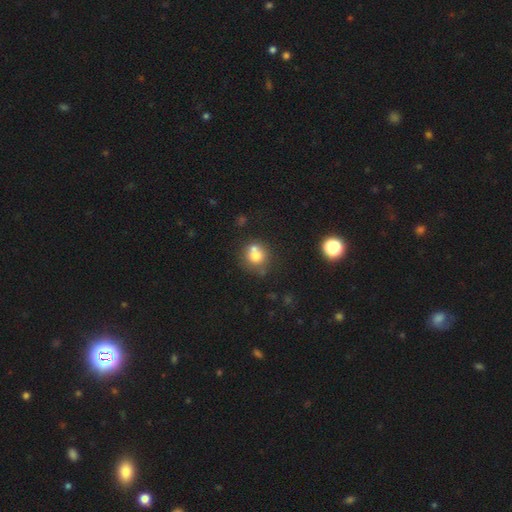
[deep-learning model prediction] smooth-or-featured: smooth: 71% | featured or disk: 17% | star or artifact: 12%
  how-rounded: round: 83% | in between: 16% | cigar-shaped: 1%
  merging: none: 46% | merger: 39% | minor disturbance: 11% | major disturbance: 4%